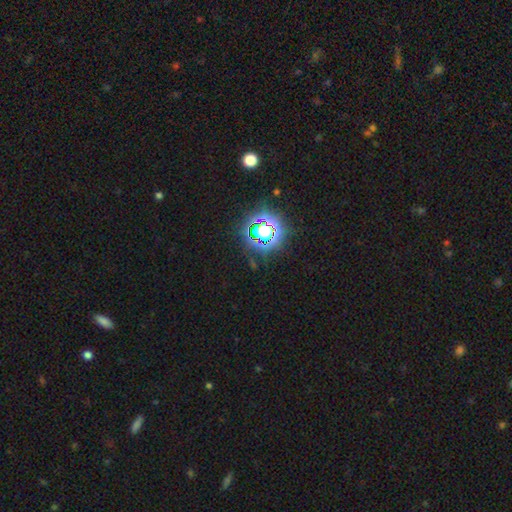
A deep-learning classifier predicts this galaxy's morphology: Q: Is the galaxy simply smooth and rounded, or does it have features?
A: star or artifact — 82%.